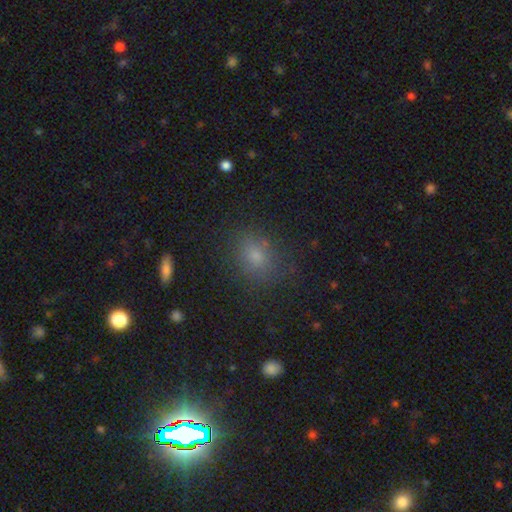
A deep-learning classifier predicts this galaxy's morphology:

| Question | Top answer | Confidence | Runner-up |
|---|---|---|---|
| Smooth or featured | smooth | 75% | star or artifact (15%) |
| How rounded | in between | 53% | round (45%) |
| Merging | none | 78% | minor disturbance (14%) |